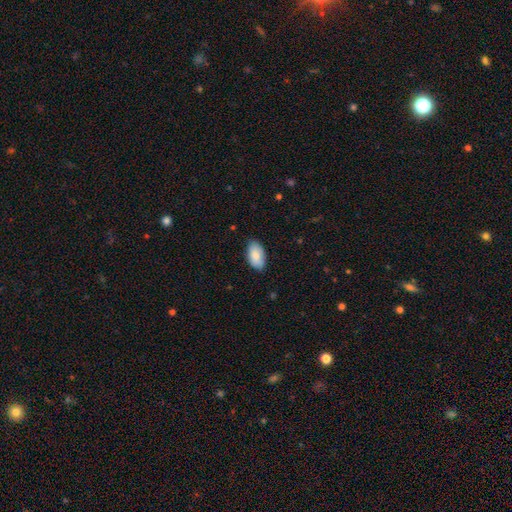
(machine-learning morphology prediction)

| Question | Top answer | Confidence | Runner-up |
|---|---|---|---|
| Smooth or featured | smooth | 85% | featured or disk (10%) |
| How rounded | in between | 95% | round (3%) |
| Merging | none | 80% | minor disturbance (16%) |